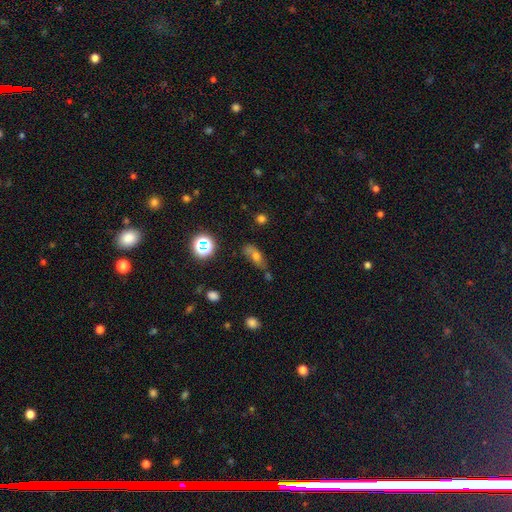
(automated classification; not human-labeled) Q: Smooth or featured?
A: smooth (58%); runner-up: featured or disk (25%)
Q: How rounded?
A: in between (65%); runner-up: cigar-shaped (22%)
Q: Merging?
A: none (49%); runner-up: minor disturbance (25%)